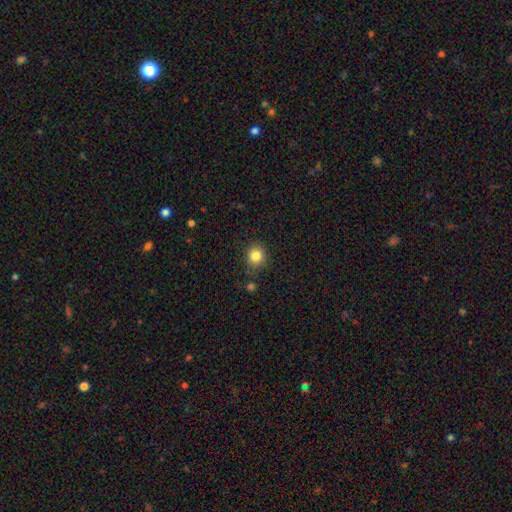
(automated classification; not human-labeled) smooth 83%, star or artifact 11%, featured or disk 6%. Down the decision tree: how rounded — round (85%); merging — none (82%).